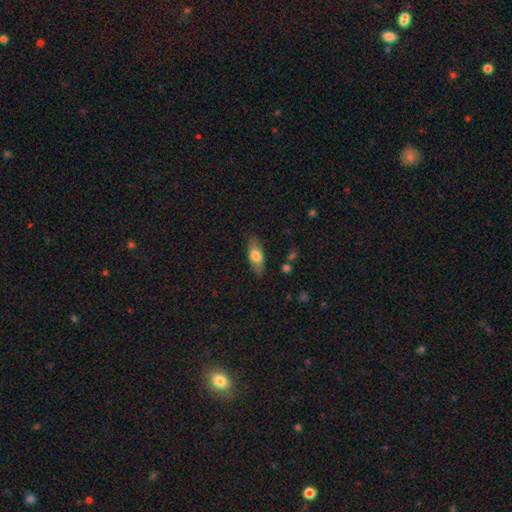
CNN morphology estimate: Smooth or featured? smooth (73%)
How rounded? in between (79%)
Merging? none (83%)